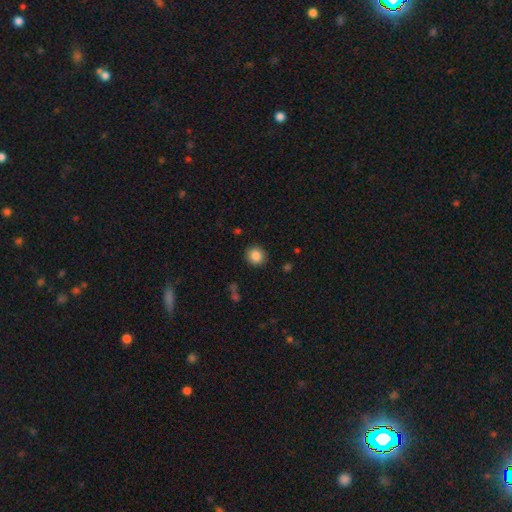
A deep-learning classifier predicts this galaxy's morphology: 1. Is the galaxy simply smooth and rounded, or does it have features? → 86% smooth, 9% star or artifact, 5% featured or disk.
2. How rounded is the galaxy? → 89% round, 10% in between, 1% cigar-shaped.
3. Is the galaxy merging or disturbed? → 90% none, 6% minor disturbance, 2% major disturbance, 1% merger.